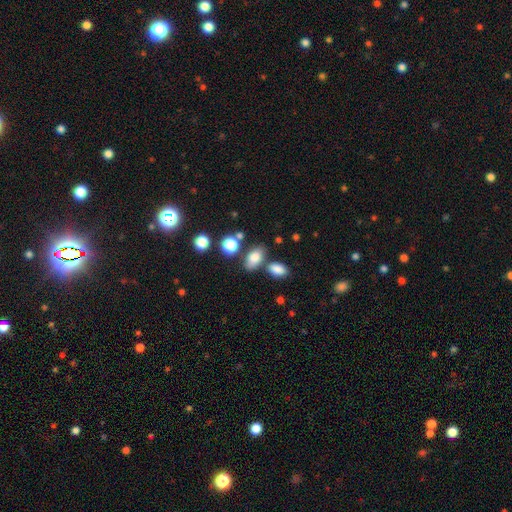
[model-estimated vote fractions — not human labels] The model was most divided on "merging": none: 66%, merger: 16%, minor disturbance: 13%, major disturbance: 4%. More confident: how rounded — in between (85%); smooth or featured — smooth (80%).